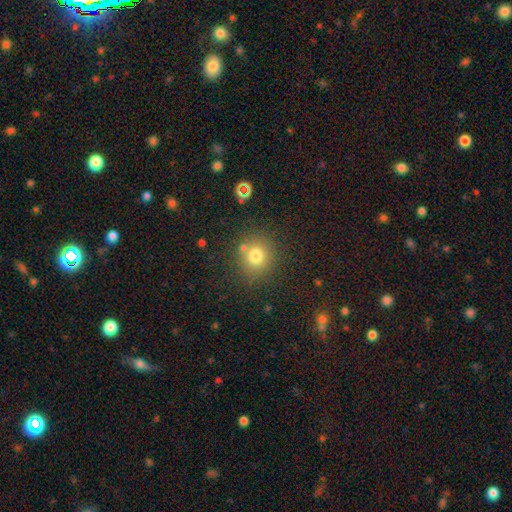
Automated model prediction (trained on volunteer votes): Q: Smooth or featured?
A: smooth (76%); runner-up: star or artifact (15%)
Q: How rounded?
A: round (85%); runner-up: in between (14%)
Q: Merging?
A: none (76%); runner-up: minor disturbance (11%)